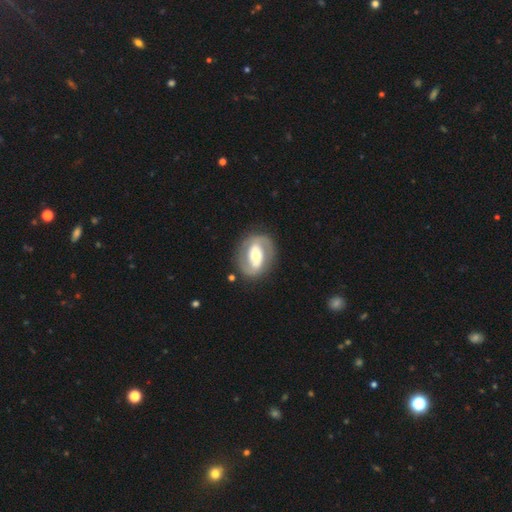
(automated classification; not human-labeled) Morphology: type=featured or disk (73%); edge-on=no (96%); bar=strong (39%); spiral arms=yes (70%); bulge=moderate (64%); merging=none (81%).